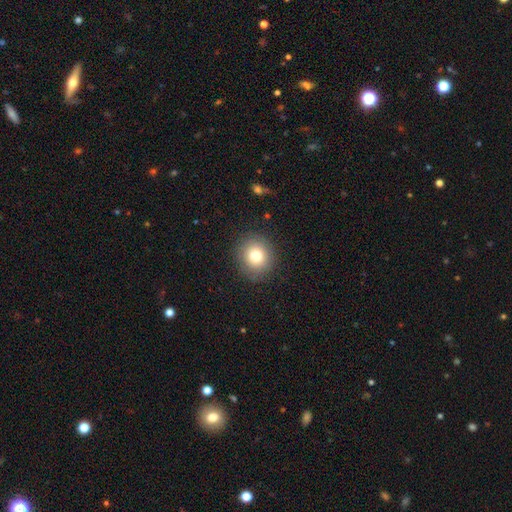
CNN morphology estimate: Smooth or featured? smooth (78%)
How rounded? round (88%)
Merging? none (89%)